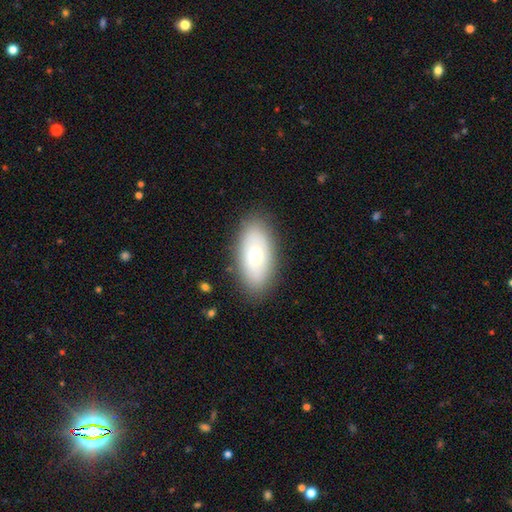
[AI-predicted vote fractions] Smooth or featured? smooth (62%)
How rounded? in between (90%)
Merging? none (86%)